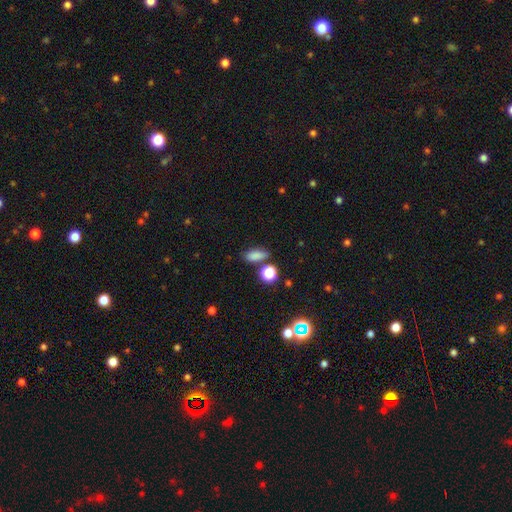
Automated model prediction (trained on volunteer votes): Smooth or featured?
  - smooth: 82% *
  - star or artifact: 12%
  - featured or disk: 6%
How rounded?
  - in between: 74% *
  - cigar-shaped: 13%
  - round: 12%
Merging?
  - none: 71% *
  - minor disturbance: 15%
  - merger: 10%
  - major disturbance: 5%